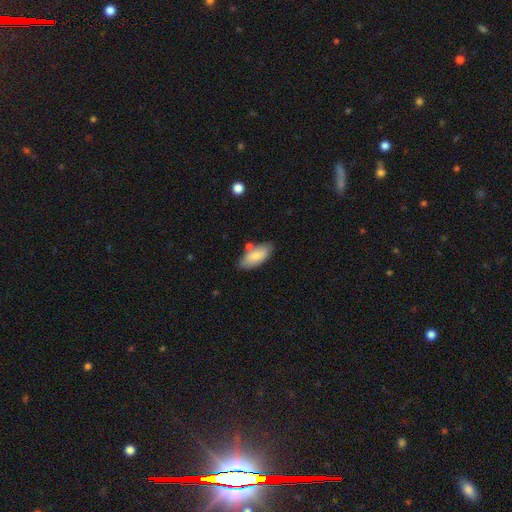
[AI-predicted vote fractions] A smooth galaxy with no disk features (80%) that is in between round and cigar-shaped (88%).

Vote fractions:
- Smooth or featured? smooth: 80% / featured or disk: 14% / star or artifact: 6%
- How rounded? in between: 88% / cigar-shaped: 10% / round: 2%
- Merging? none: 75% / minor disturbance: 15% / merger: 7% / major disturbance: 3%